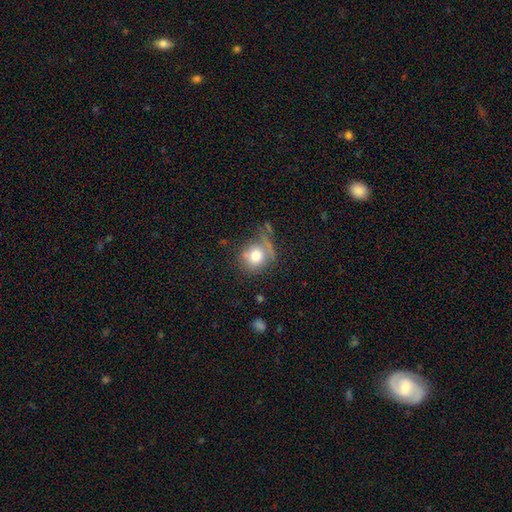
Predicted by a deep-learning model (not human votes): This is likely a smooth galaxy (75%). How rounded: clearly round (80%). Merging: possibly none (51%).